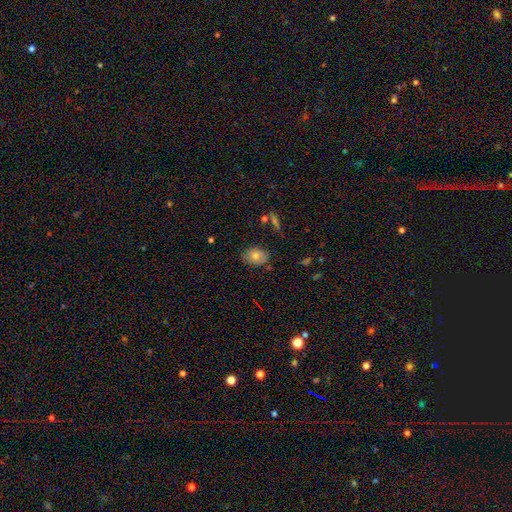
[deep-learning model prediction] A smooth galaxy with no disk features (69%) that is in between round and cigar-shaped (74%). Merging: none (80%).